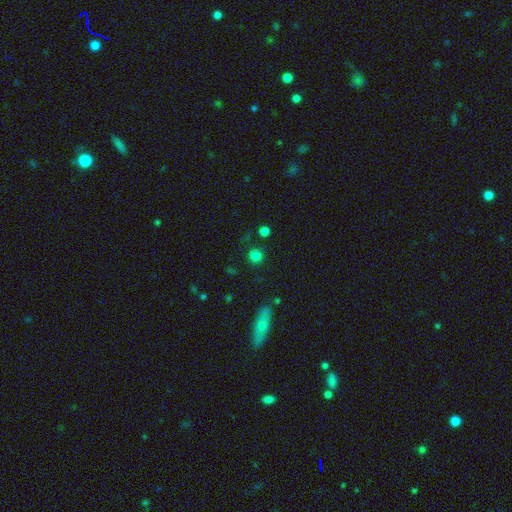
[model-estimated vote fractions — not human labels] This is clearly a smooth galaxy (80%). How rounded: clearly round (91%). Merging: clearly none (86%).